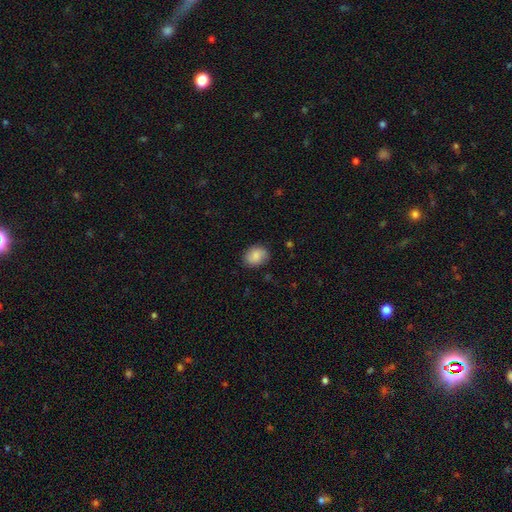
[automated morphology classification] This is clearly a smooth galaxy (85%). How rounded: possibly in between (57%). Merging: clearly none (82%).